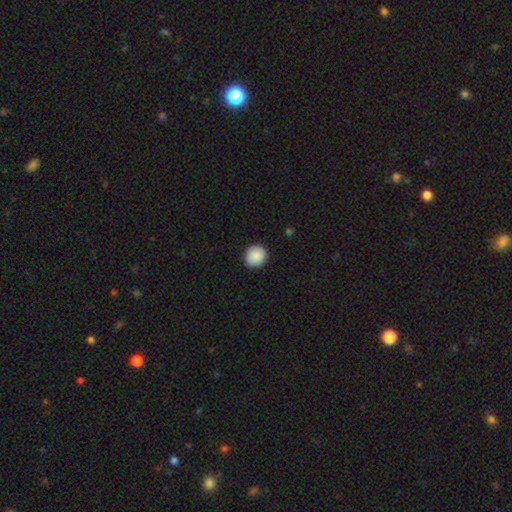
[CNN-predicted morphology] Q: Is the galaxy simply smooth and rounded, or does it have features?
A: smooth — 89%.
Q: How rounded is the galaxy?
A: round — 92%.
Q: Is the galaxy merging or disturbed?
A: none — 91%.